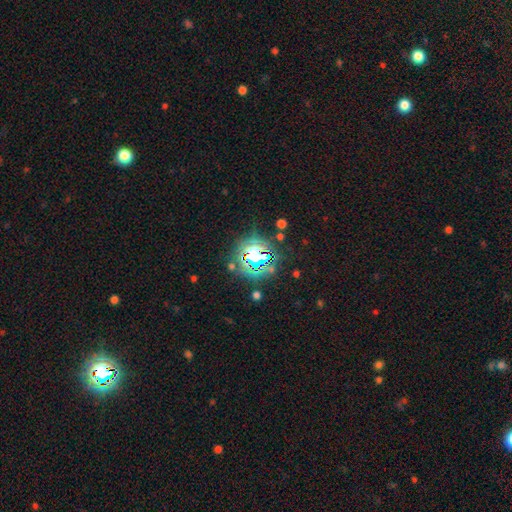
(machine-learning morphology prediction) This is likely a star or artifact rather than a galaxy (77%).